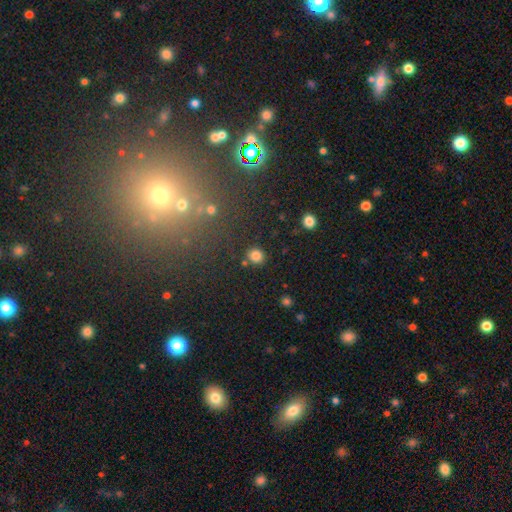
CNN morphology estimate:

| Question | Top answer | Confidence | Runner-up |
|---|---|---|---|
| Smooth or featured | smooth | 82% | star or artifact (12%) |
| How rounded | round | 88% | in between (11%) |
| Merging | none | 87% | minor disturbance (7%) |